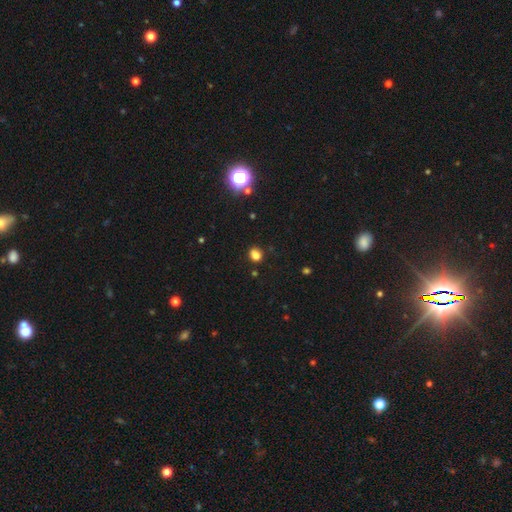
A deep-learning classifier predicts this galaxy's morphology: smooth-or-featured: smooth: 77% | star or artifact: 17% | featured or disk: 6%
  how-rounded: round: 67% | in between: 32% | cigar-shaped: 1%
  merging: none: 81% | minor disturbance: 12% | major disturbance: 3% | merger: 3%